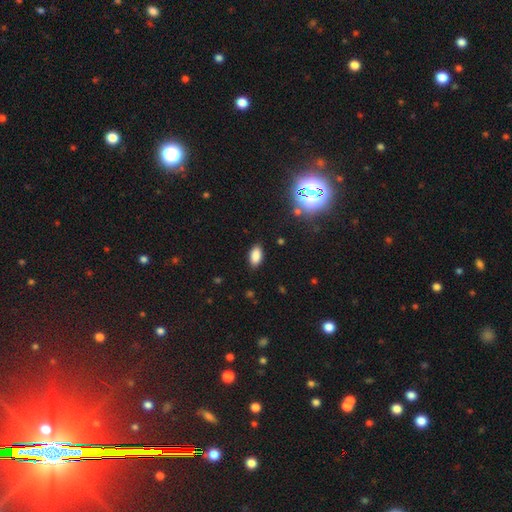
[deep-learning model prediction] This is clearly a smooth galaxy (85%). How rounded: clearly in between (92%). Merging: clearly none (87%).